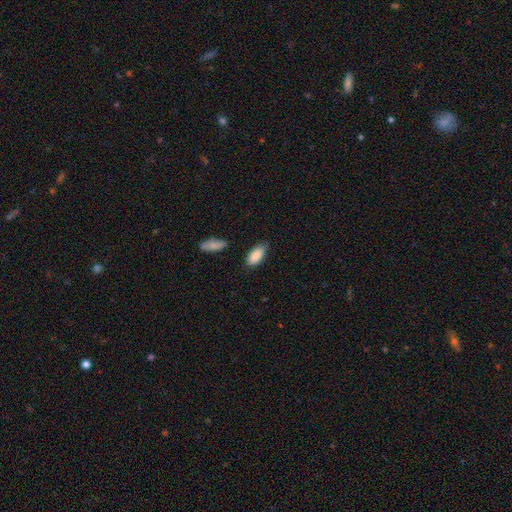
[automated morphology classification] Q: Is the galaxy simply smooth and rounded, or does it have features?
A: smooth — 87%.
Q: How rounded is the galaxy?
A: in between — 90%.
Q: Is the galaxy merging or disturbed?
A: none — 71%.